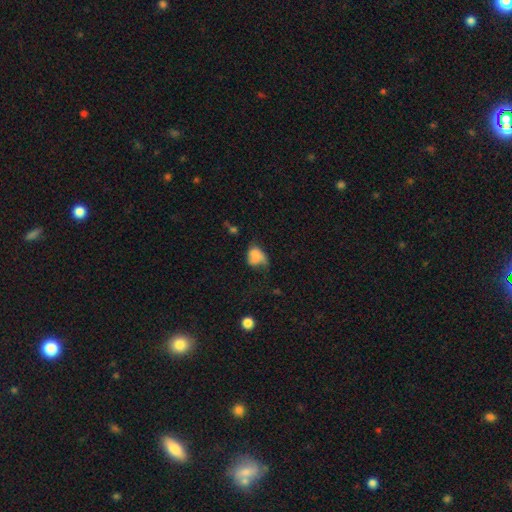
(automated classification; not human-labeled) smooth-or-featured: smooth: 72% | featured or disk: 17% | star or artifact: 11%
  how-rounded: in between: 69% | round: 29% | cigar-shaped: 1%
  merging: major disturbance: 41% | minor disturbance: 32% | none: 22% | merger: 6%